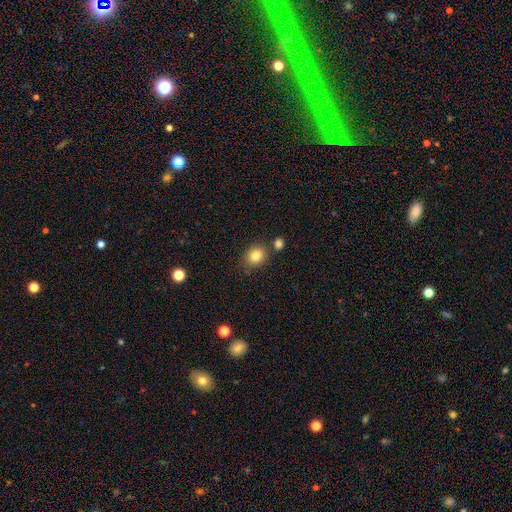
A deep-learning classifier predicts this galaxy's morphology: Smooth or featured: smooth — 83% (star or artifact — 10%)
How rounded: round — 59% (in between — 40%)
Merging: none — 75% (minor disturbance — 12%)